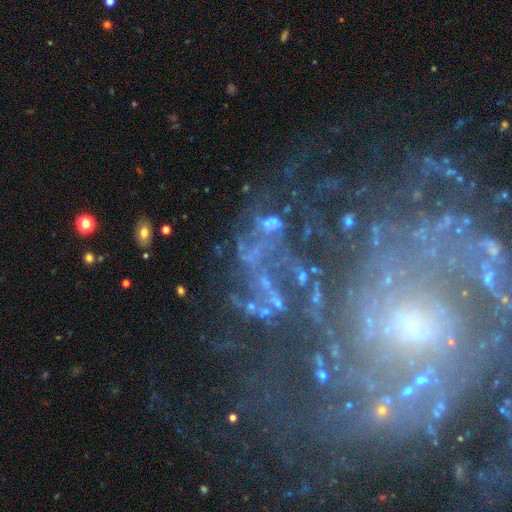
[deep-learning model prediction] This appears to be a featured or disk galaxy (58%) with no bar (62%), spiral arms (63%) and no central bulge (49%). Merging: none (44%).